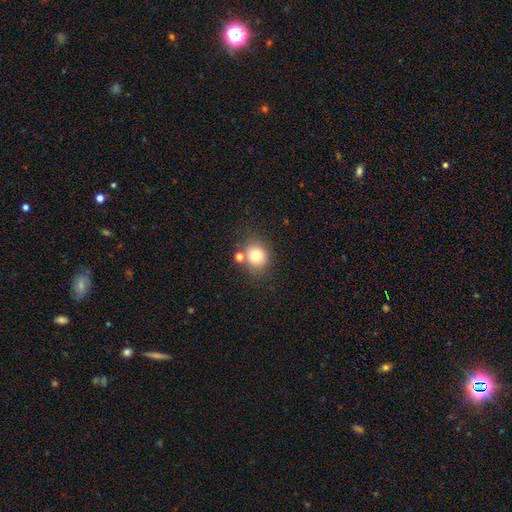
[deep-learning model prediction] The model was most divided on "merging": none: 71%, merger: 15%, minor disturbance: 10%, major disturbance: 4%. More confident: how rounded — round (78%); smooth or featured — smooth (77%).